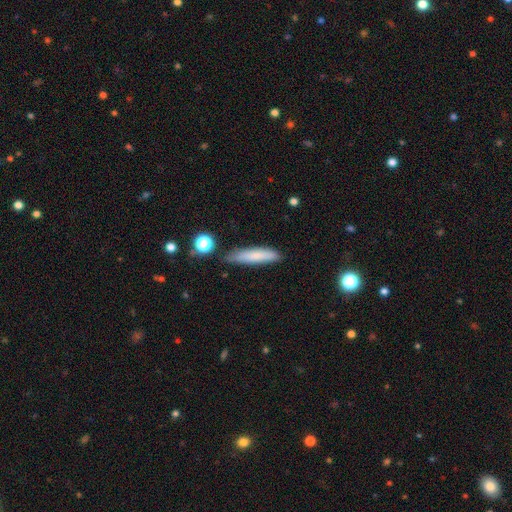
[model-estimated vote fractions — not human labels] Smooth or featured? smooth (78%)
How rounded? cigar-shaped (84%)
Merging? none (78%)